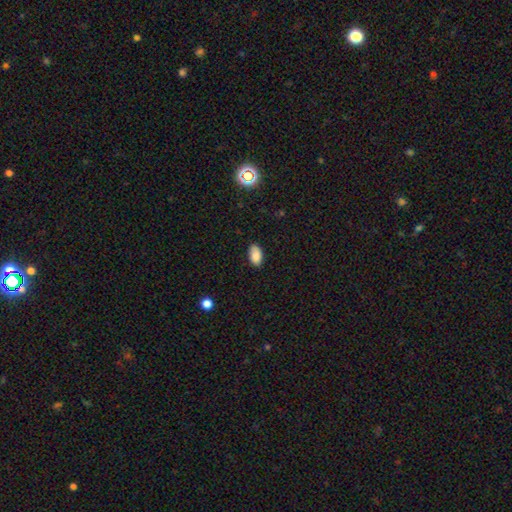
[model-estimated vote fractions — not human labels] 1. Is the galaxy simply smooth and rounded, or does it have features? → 86% smooth, 8% star or artifact, 6% featured or disk.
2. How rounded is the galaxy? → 94% in between, 4% round, 2% cigar-shaped.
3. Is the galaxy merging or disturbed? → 79% none, 17% minor disturbance, 3% major disturbance, 1% merger.